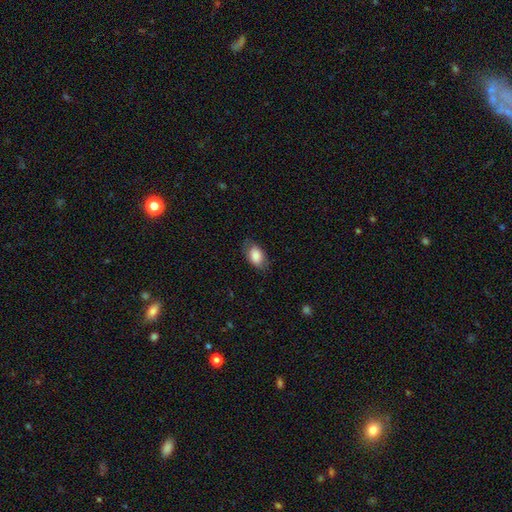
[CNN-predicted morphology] A smooth galaxy with no disk features (83%) that is in between round and cigar-shaped (89%). Merging: none (76%).